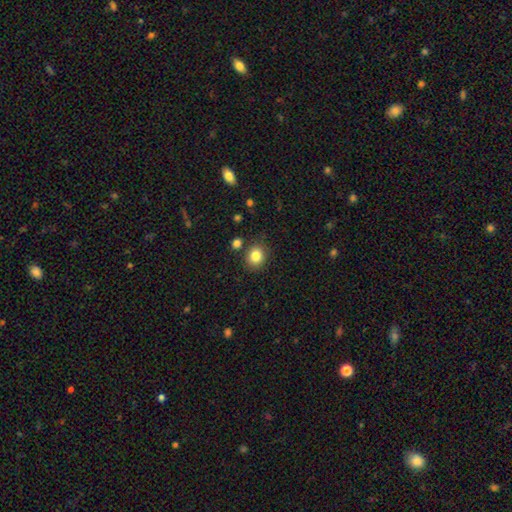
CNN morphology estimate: Q: Smooth or featured?
A: smooth (84%); runner-up: star or artifact (10%)
Q: How rounded?
A: round (76%); runner-up: in between (23%)
Q: Merging?
A: none (82%); runner-up: minor disturbance (10%)